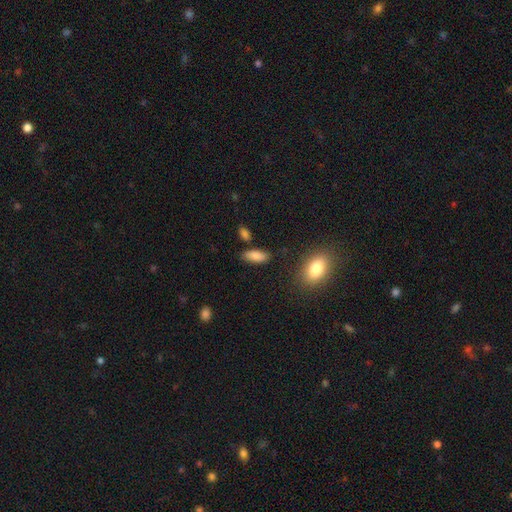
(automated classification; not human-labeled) Smooth or featured? smooth (84%)
How rounded? in between (78%)
Merging? none (81%)